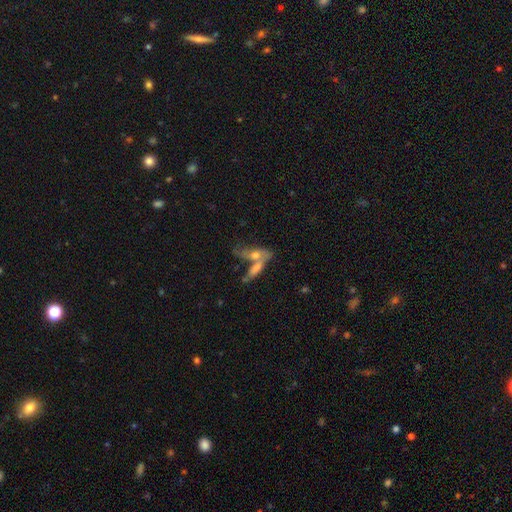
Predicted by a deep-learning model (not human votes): Smooth or featured? smooth (48%)
Merging? merger (56%)